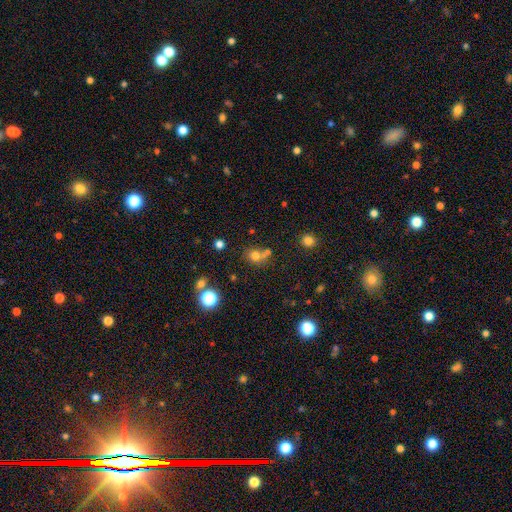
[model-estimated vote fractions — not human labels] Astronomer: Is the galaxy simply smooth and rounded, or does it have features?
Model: smooth — 71%.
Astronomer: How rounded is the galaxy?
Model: round — 73%.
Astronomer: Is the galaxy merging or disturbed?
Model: none — 47% (runner-up: merger, 35%).